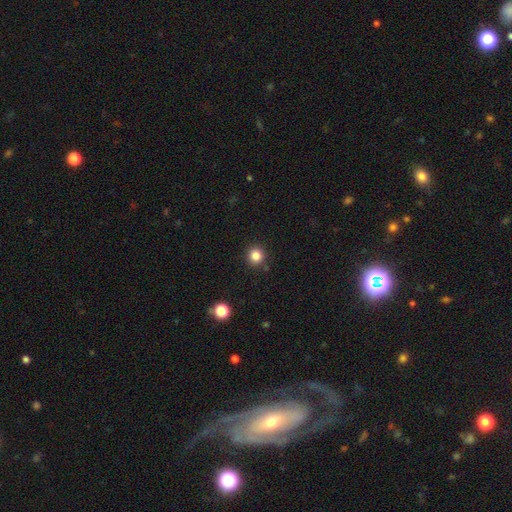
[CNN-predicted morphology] smooth_or_featured: smooth (p=0.84) [alt: star or artifact p=0.12]
how_rounded: round (p=0.93) [alt: in between p=0.06]
merging: none (p=0.90) [alt: minor disturbance p=0.06]